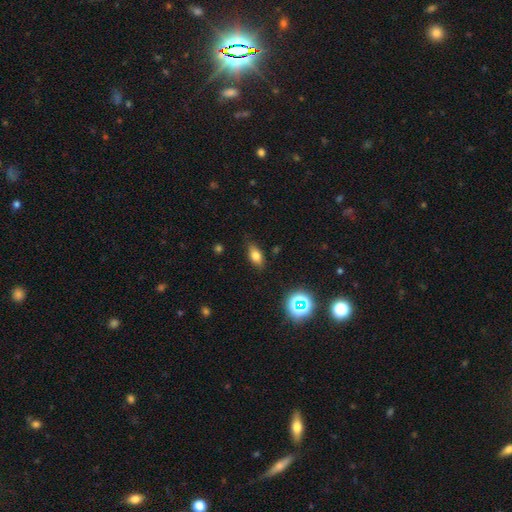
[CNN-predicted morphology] This appears to be a smooth galaxy with no disk features (74%) that is in between round and cigar-shaped (82%). Merging: none (79%).